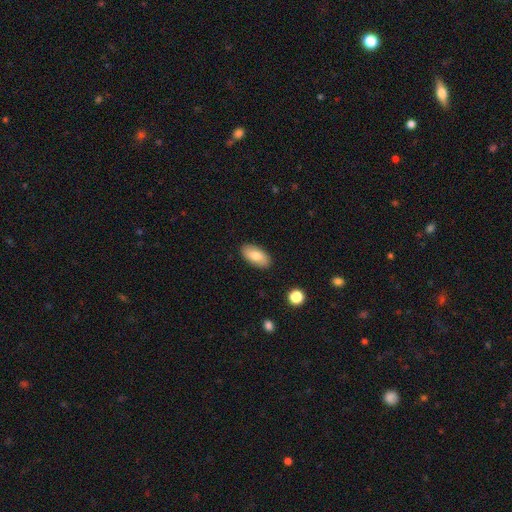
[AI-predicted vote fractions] smooth 79%, featured or disk 14%, star or artifact 7%. Down the decision tree: how rounded — in between (93%); merging — none (88%).